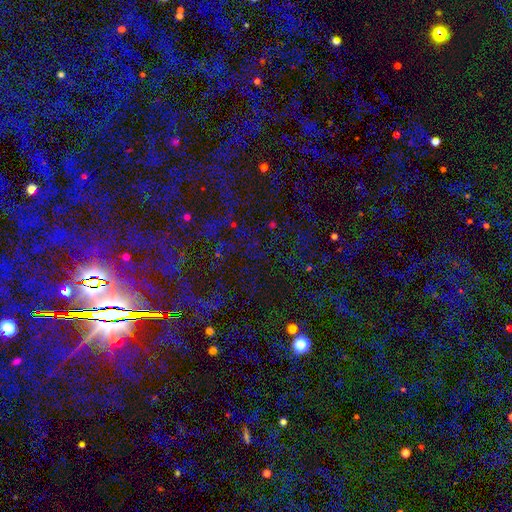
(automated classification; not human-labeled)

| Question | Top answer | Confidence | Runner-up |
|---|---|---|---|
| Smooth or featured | star or artifact | 68% | smooth (22%) |